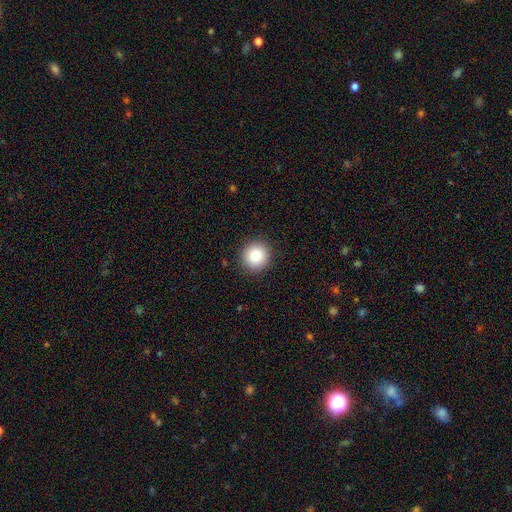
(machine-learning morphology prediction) smooth-or-featured: smooth: 85% | star or artifact: 9% | featured or disk: 6%
  how-rounded: round: 93% | in between: 6% | cigar-shaped: 1%
  merging: none: 91% | minor disturbance: 6% | major disturbance: 2% | merger: 1%